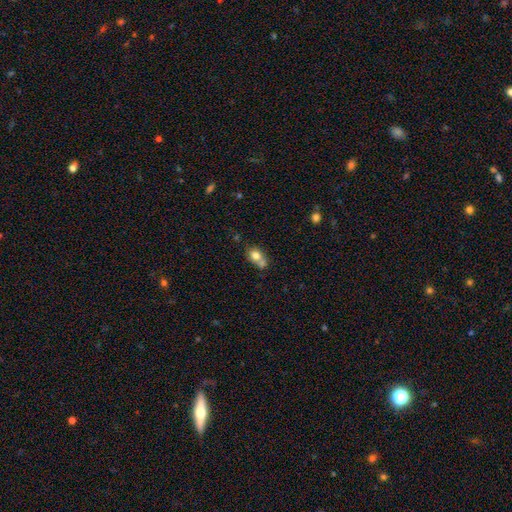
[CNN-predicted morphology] This is likely a smooth galaxy (76%). How rounded: possibly round (58%). Merging: possibly merger (50%).